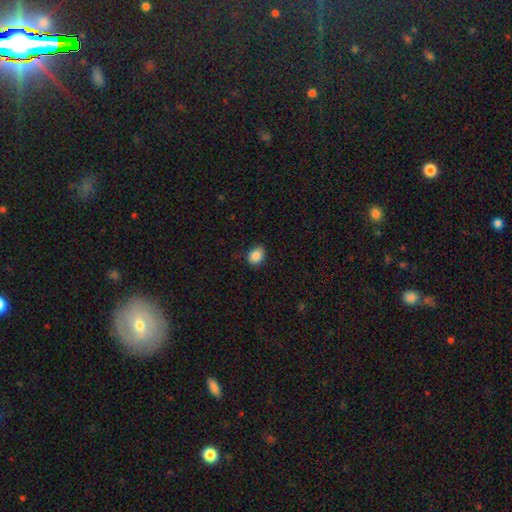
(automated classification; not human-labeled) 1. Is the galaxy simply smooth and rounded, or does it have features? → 87% smooth, 9% star or artifact, 4% featured or disk.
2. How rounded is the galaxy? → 63% in between, 36% round, 1% cigar-shaped.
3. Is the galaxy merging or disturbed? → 83% none, 13% minor disturbance, 2% major disturbance, 1% merger.